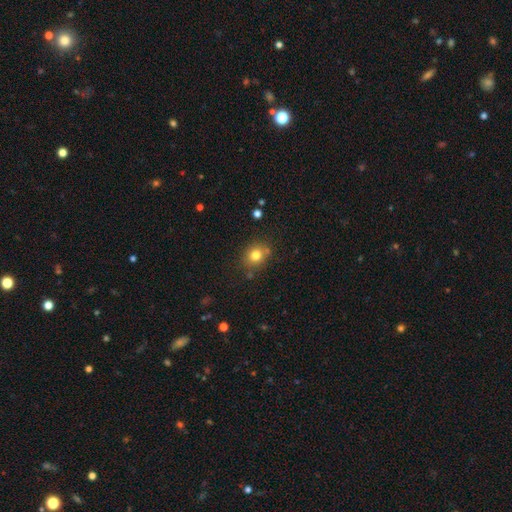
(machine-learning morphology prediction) smooth_or_featured: smooth (p=0.79) [alt: star or artifact p=0.12]
how_rounded: round (p=0.68) [alt: in between p=0.31]
merging: none (p=0.78) [alt: minor disturbance p=0.13]